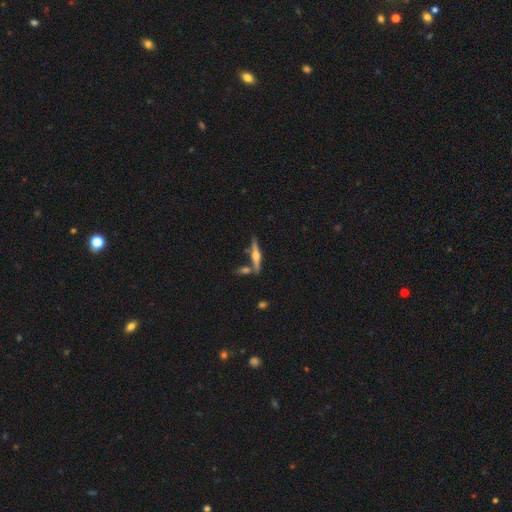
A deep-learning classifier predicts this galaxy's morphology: A featured or disk galaxy (73%) viewed edge-on (97%) with a rounded central bulge (93%). Merging: none (74%).